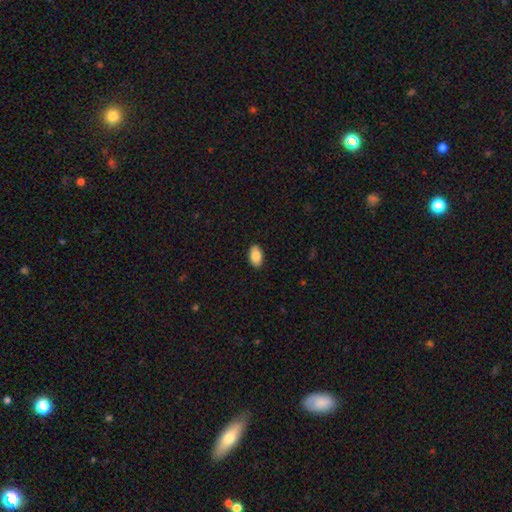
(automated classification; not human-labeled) Smooth or featured? Predicted: smooth (p=0.86). How rounded? Predicted: in between (p=0.94). Merging? Predicted: none (p=0.90).